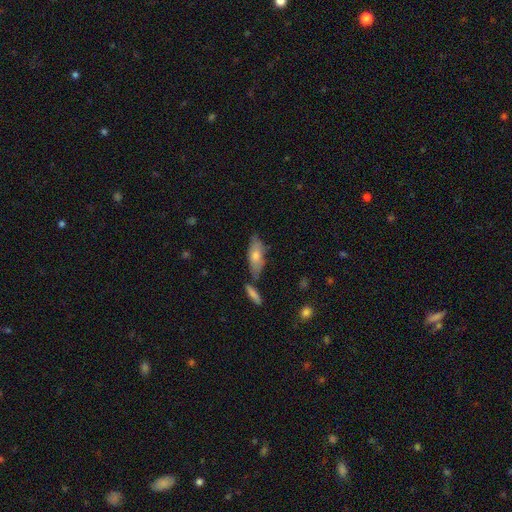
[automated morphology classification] type=smooth (65%); roundness=in between (69%); merging=none (67%).